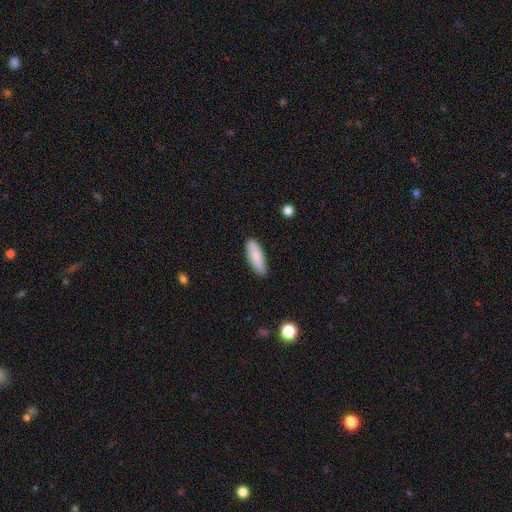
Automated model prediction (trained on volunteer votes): A smooth galaxy with no disk features (85%) that is in between round and cigar-shaped (58%). Merging: none (87%).